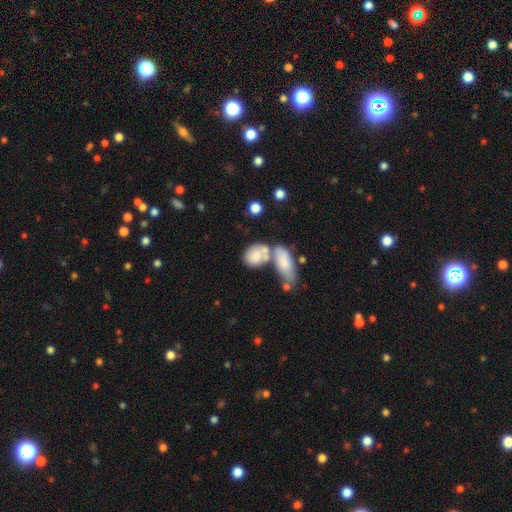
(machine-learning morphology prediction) Smooth or featured?
  - smooth: 74% *
  - featured or disk: 19%
  - star or artifact: 7%
How rounded?
  - in between: 75% *
  - round: 22%
  - cigar-shaped: 3%
Merging?
  - merger: 52% *
  - none: 27%
  - minor disturbance: 13%
  - major disturbance: 8%